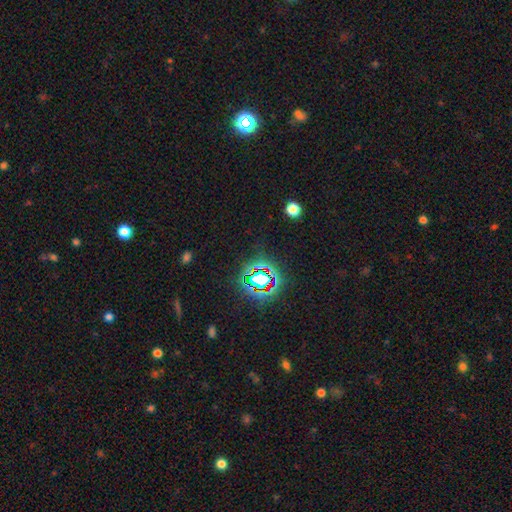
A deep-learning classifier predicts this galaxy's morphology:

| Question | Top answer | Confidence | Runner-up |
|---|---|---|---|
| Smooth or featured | star or artifact | 79% | smooth (13%) |